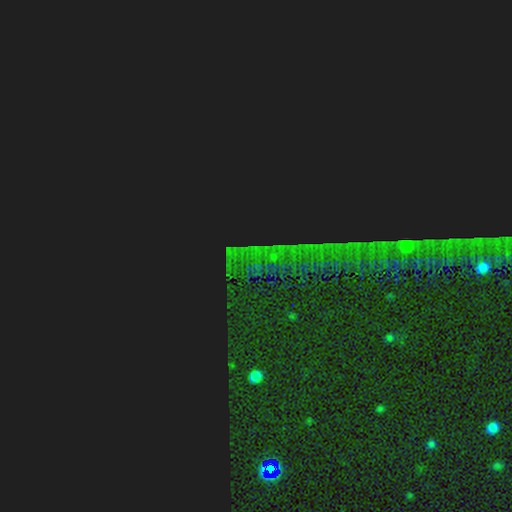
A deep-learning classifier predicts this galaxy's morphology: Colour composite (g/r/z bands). It shows a star or artifact, not a galaxy (87%).